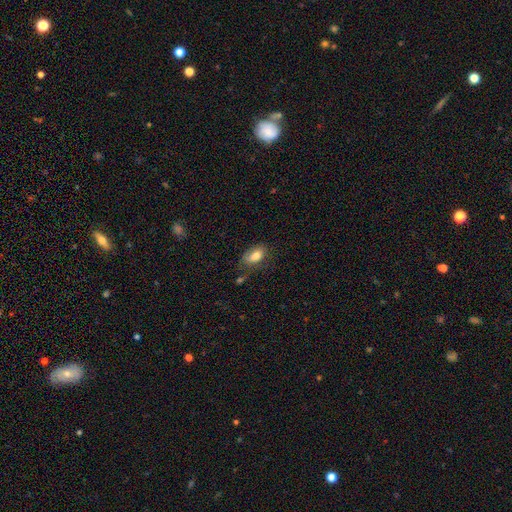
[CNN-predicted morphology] Q: Smooth or featured?
A: smooth (80%); runner-up: featured or disk (12%)
Q: How rounded?
A: in between (90%); runner-up: round (7%)
Q: Merging?
A: none (58%); runner-up: minor disturbance (27%)